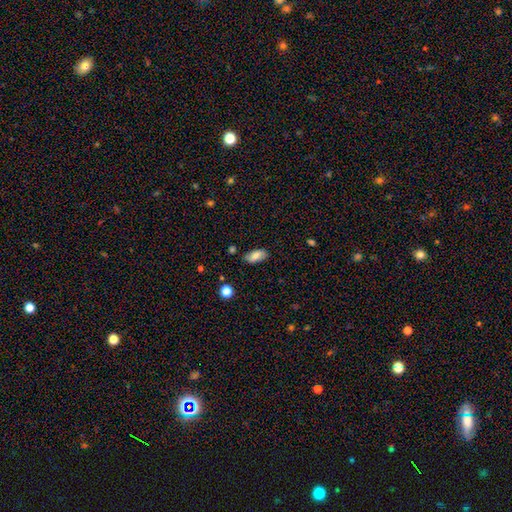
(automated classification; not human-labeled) Morphology: type=smooth (73%); roundness=in between (91%); merging=none (81%).